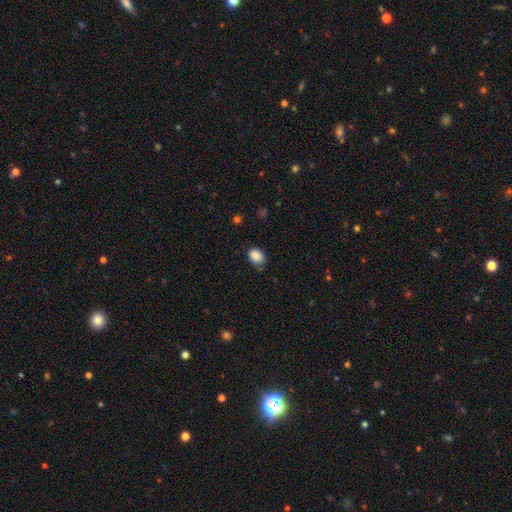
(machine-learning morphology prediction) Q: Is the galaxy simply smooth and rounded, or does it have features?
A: smooth — 88%.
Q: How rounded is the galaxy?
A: in between — 70%.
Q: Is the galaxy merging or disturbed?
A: none — 73%.